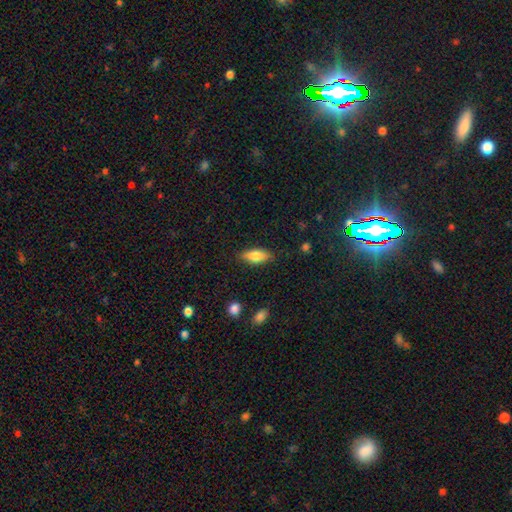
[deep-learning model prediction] smooth 76%, featured or disk 17%, star or artifact 7%. Down the decision tree: how rounded — in between (76%); merging — none (83%).